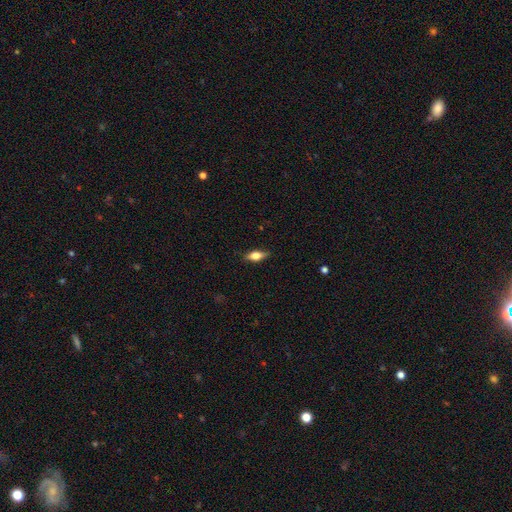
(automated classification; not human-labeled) Smooth or featured: smooth — 60% (featured or disk — 33%)
How rounded: in between — 72% (cigar-shaped — 23%)
Merging: none — 83% (minor disturbance — 13%)